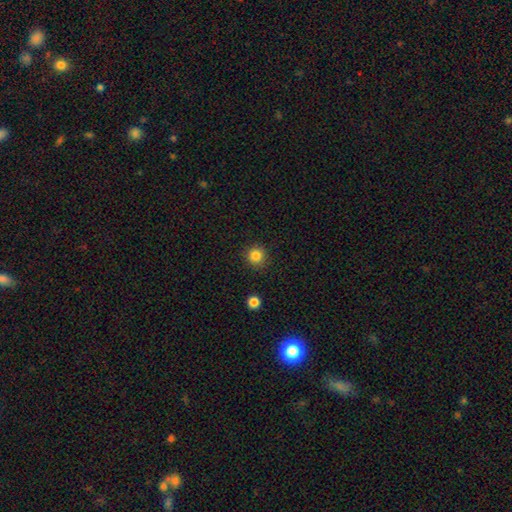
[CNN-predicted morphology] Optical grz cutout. It shows a smooth galaxy with no disk features (84%) that is round (94%). Merging: none (90%).